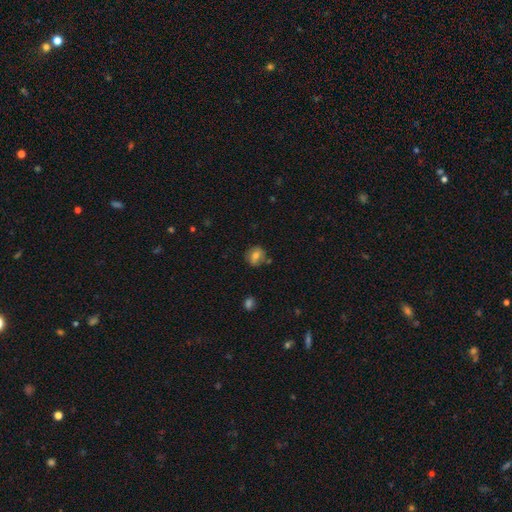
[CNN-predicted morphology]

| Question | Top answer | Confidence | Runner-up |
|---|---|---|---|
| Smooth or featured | smooth | 68% | featured or disk (22%) |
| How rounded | round | 70% | in between (28%) |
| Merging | none | 72% | minor disturbance (17%) |